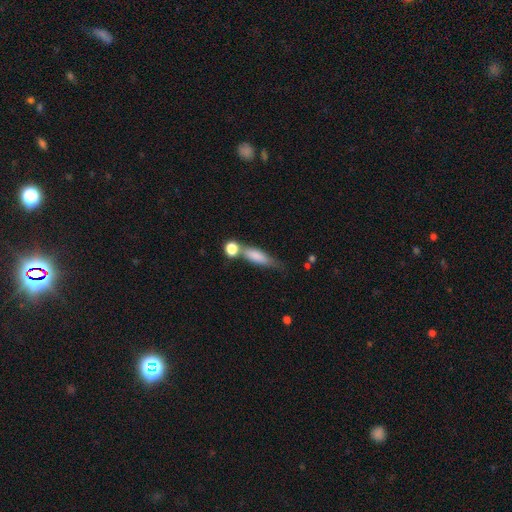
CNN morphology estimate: smooth-or-featured: smooth: 72% | featured or disk: 21% | star or artifact: 8%
  how-rounded: cigar-shaped: 49% | in between: 46% | round: 6%
  merging: none: 42% | merger: 30% | minor disturbance: 19% | major disturbance: 9%